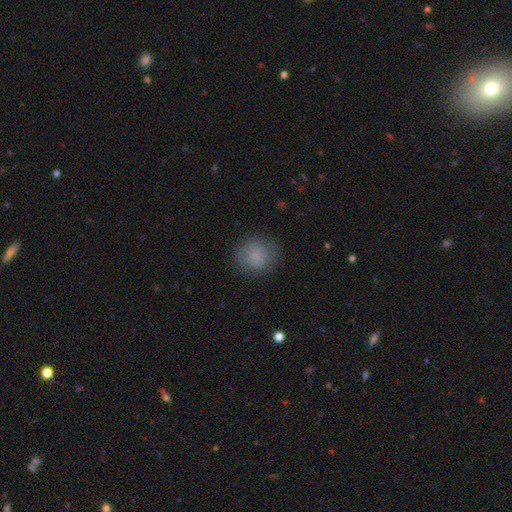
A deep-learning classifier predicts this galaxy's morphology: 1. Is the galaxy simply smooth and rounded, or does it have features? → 80% smooth, 11% featured or disk, 9% star or artifact.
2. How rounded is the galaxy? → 85% round, 14% in between, 1% cigar-shaped.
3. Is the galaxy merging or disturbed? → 78% none, 15% minor disturbance, 6% major disturbance, 1% merger.